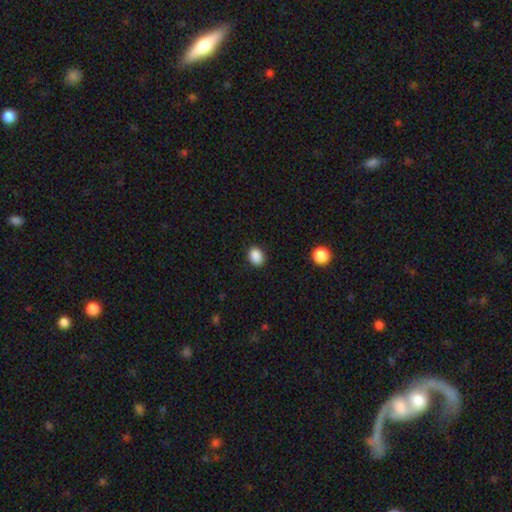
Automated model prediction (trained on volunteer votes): Smooth or featured? Predicted: smooth (p=0.89). How rounded? Predicted: in between (p=0.59). Merging? Predicted: none (p=0.88).